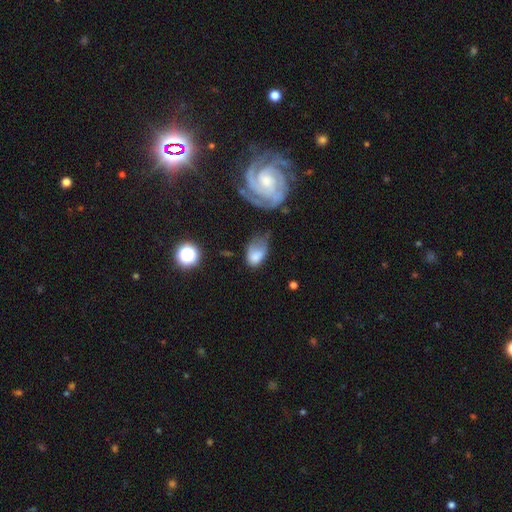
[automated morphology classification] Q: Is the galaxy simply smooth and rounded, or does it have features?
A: smooth — 67%.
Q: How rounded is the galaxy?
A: in between — 83%.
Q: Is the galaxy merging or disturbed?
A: minor disturbance — 34%.